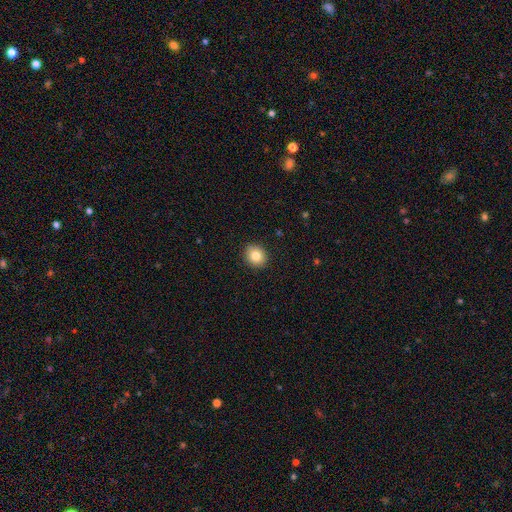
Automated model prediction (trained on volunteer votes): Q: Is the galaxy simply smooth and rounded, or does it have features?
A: smooth — 82%.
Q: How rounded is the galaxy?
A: round — 77%.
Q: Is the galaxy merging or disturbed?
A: none — 91%.